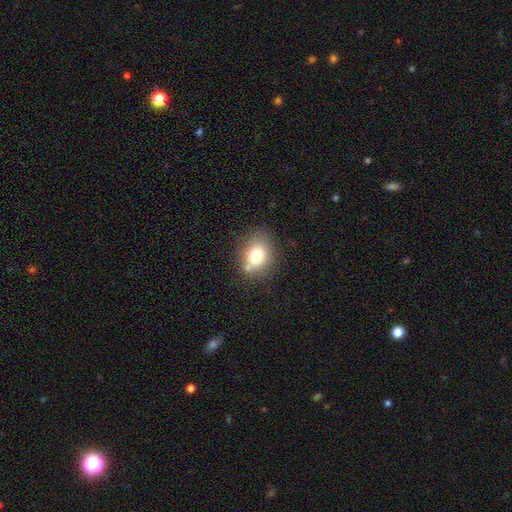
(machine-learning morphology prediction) smooth 74%, featured or disk 15%, star or artifact 11%. Down the decision tree: how rounded — in between (55%); merging — none (68%).